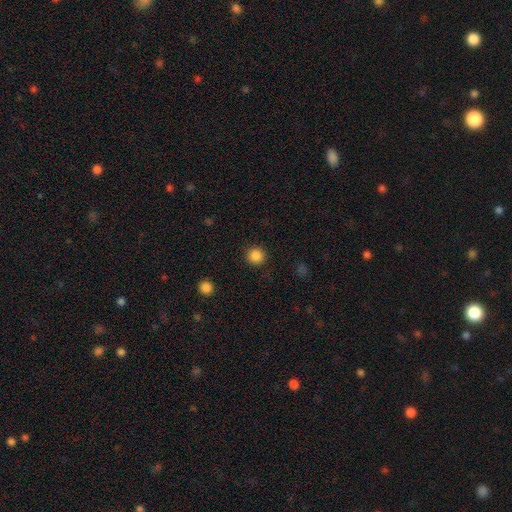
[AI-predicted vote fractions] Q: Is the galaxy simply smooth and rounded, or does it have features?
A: smooth — 86%.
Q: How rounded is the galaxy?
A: round — 95%.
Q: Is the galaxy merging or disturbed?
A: none — 91%.